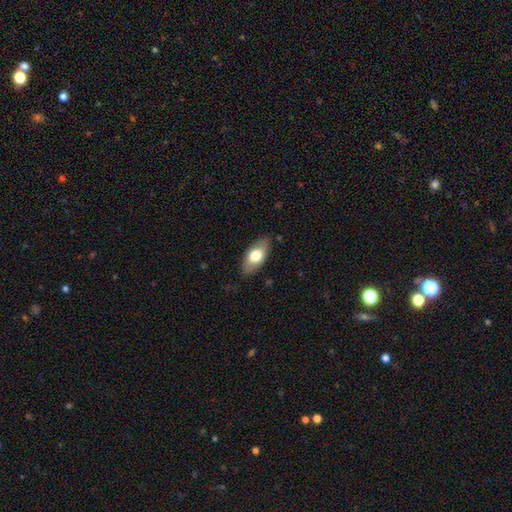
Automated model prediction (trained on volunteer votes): Overall: smooth (69%). How rounded: in between (91%). Merging: none (82%).